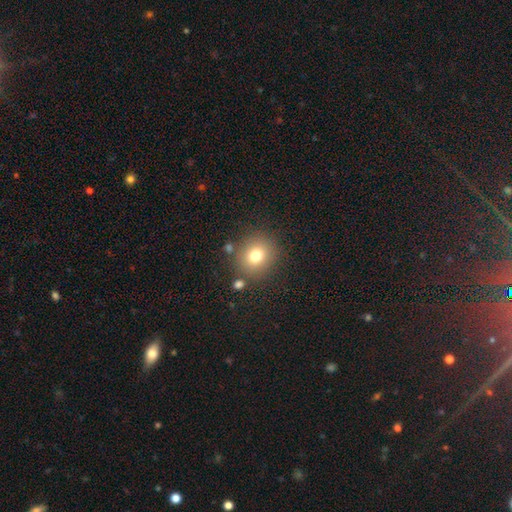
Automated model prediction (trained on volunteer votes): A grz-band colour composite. It shows a smooth galaxy with no disk features (76%) that is round (83%). Merging: none (82%).